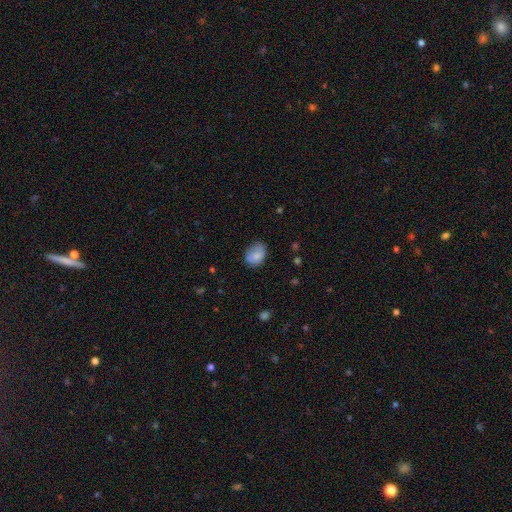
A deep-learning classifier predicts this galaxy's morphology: Overall: smooth (78%). How rounded: in between (69%; round 30%). Merging: none (62%; minor disturbance 27%).